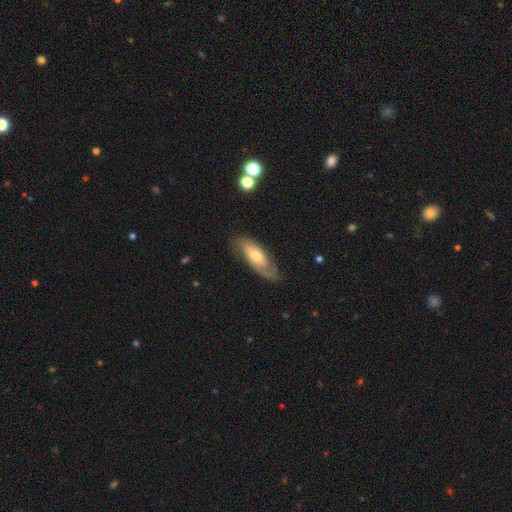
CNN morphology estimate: Smooth or featured? featured or disk (63%)
Edge-on disk? no (84%)
Bar? no (63%)
Spiral arms? yes (83%)
Bulge size? moderate (64%)
Merging? none (68%)